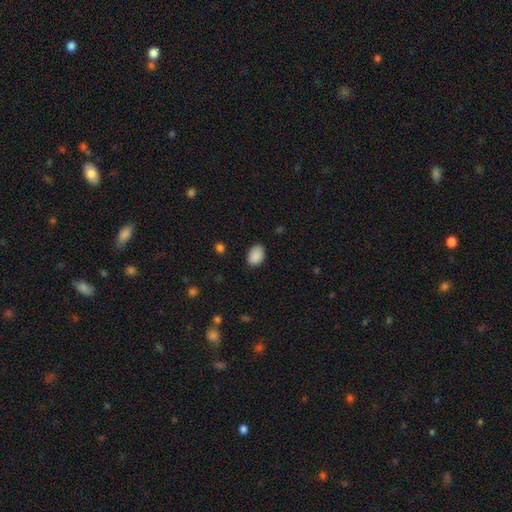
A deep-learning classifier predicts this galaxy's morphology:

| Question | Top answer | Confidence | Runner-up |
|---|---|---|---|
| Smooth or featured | smooth | 90% | star or artifact (7%) |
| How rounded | in between | 86% | round (13%) |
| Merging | none | 85% | minor disturbance (11%) |